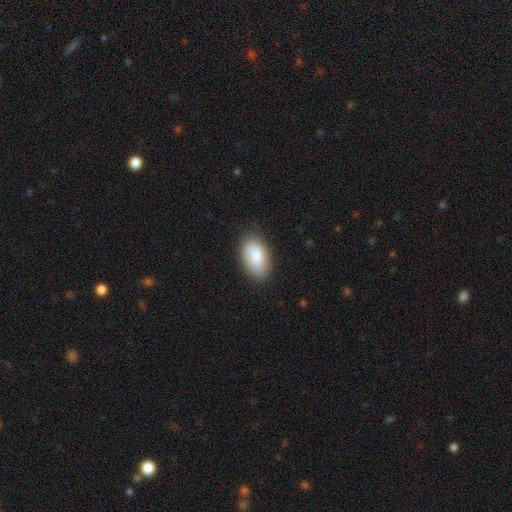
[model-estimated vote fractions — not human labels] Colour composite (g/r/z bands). It shows a smooth galaxy with no disk features (83%) that is in between round and cigar-shaped (94%). Merging: none (83%).